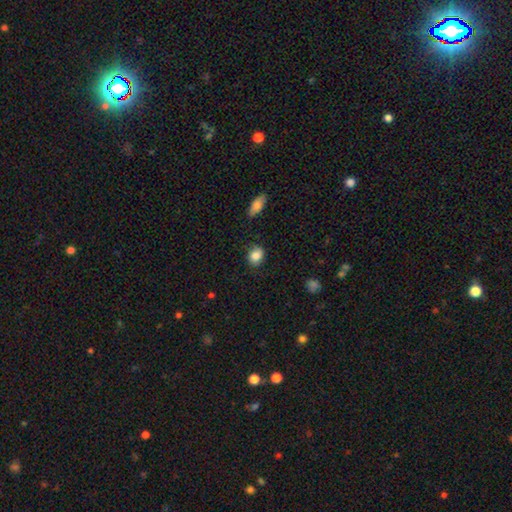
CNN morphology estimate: Smooth or featured: smooth — 83% (featured or disk — 9%)
How rounded: round — 57% (in between — 42%)
Merging: none — 74% (minor disturbance — 20%)